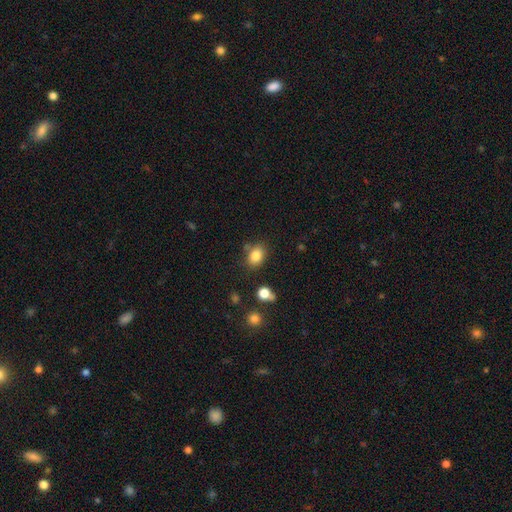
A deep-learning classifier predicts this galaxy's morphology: This appears to be a smooth galaxy with no disk features (83%) that is in between round and cigar-shaped (67%). Merging: none (75%).